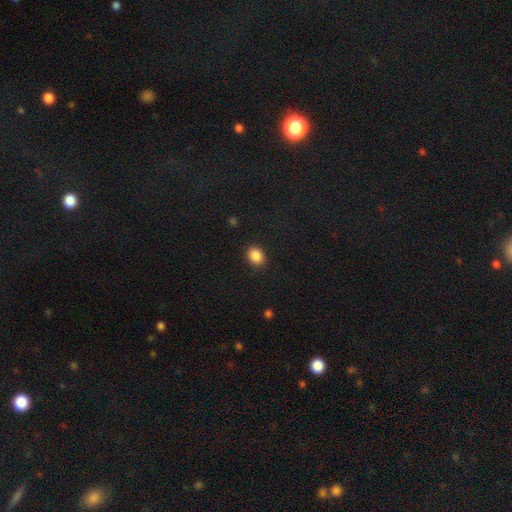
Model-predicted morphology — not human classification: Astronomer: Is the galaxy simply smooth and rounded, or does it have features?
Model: smooth — 88%.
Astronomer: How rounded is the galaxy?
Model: in between — 52% (runner-up: round, 47%).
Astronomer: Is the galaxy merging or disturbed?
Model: none — 90%.